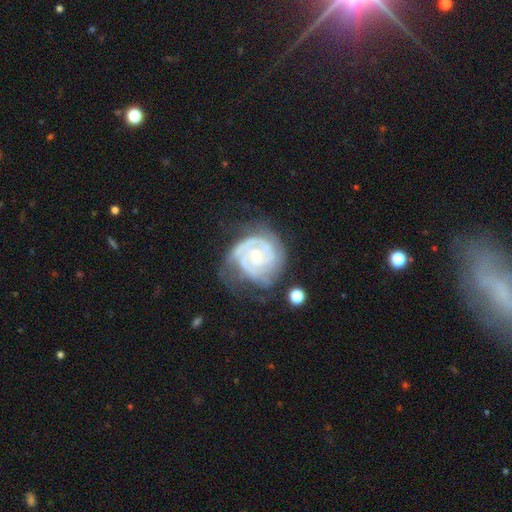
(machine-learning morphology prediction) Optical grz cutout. It shows a featured or disk galaxy (85%) with no bar (67%), 2 (32%) tight (72%) spiral arms (95%) and a small central bulge (58%). Merging: none (53%).